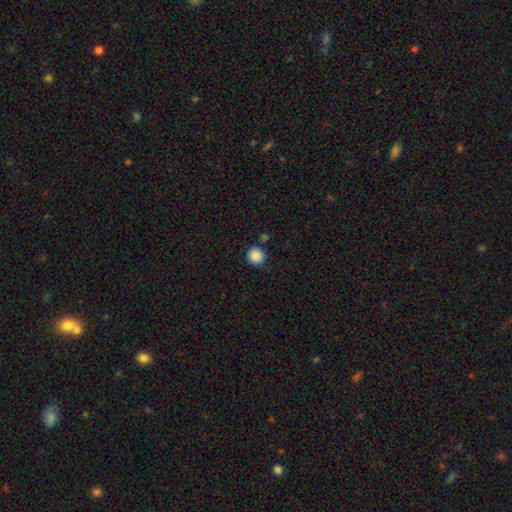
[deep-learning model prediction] Smooth or featured?
  - smooth: 88% *
  - star or artifact: 9%
  - featured or disk: 3%
How rounded?
  - round: 93% *
  - in between: 6%
  - cigar-shaped: 1%
Merging?
  - none: 85% *
  - minor disturbance: 8%
  - merger: 5%
  - major disturbance: 2%